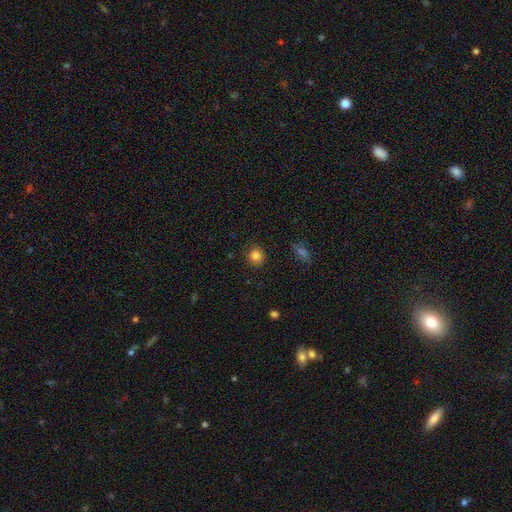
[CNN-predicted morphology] smooth_or_featured: smooth (p=0.84) [alt: star or artifact p=0.11]
how_rounded: round (p=0.88) [alt: in between p=0.11]
merging: none (p=0.88) [alt: minor disturbance p=0.08]